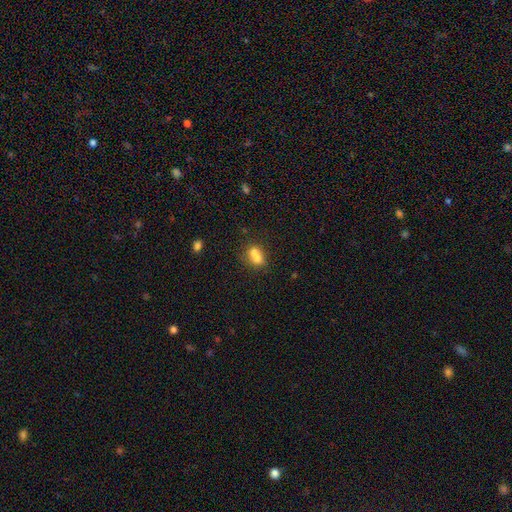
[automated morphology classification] This appears to be a smooth galaxy with no disk features (69%) that is in between round and cigar-shaped (51%). Merging: merger (63%).